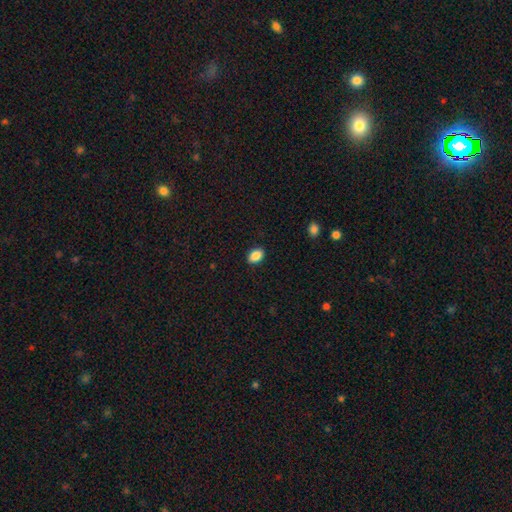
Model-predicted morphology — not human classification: Q: Smooth or featured?
A: smooth (88%); runner-up: star or artifact (8%)
Q: How rounded?
A: in between (85%); runner-up: round (14%)
Q: Merging?
A: none (88%); runner-up: minor disturbance (9%)